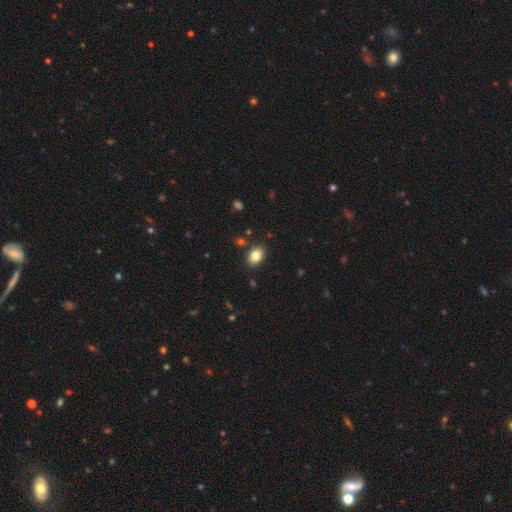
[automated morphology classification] type=smooth (84%); roundness=in between (84%); merging=none (86%).